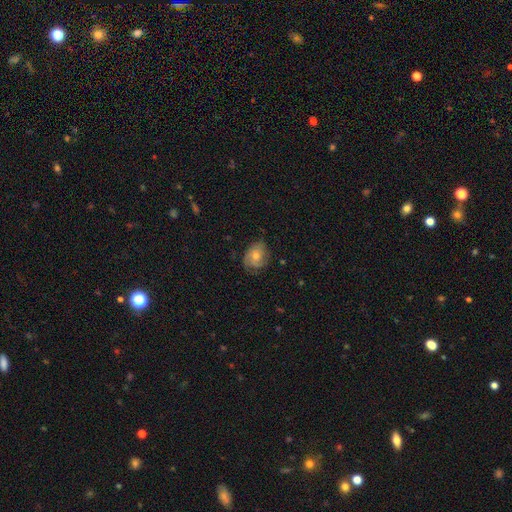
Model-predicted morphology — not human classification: featured or disk 59%, smooth 31%, star or artifact 10%. Down the decision tree: edge-on disk — no (96%); bar — no (80%); spiral arms — yes (85%); bulge size — moderate (60%); merging — none (69%).